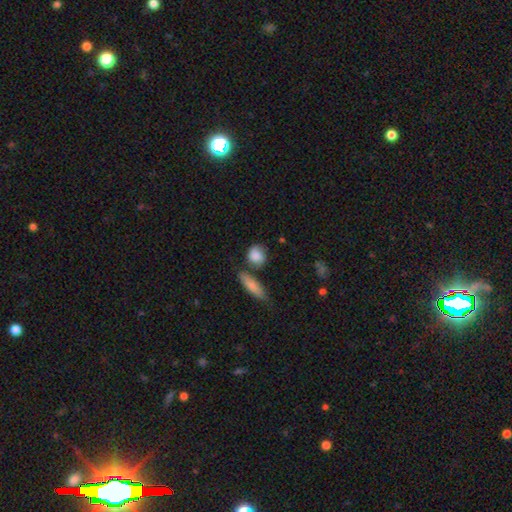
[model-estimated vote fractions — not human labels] A smooth galaxy with no disk features (85%) that is round (65%). Merging: none (63%).